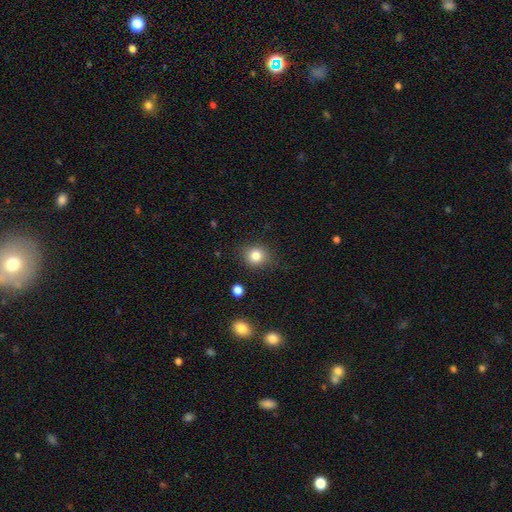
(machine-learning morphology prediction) smooth_or_featured: smooth (p=0.82) [alt: star or artifact p=0.11]
how_rounded: round (p=0.75) [alt: in between p=0.24]
merging: none (p=0.85) [alt: minor disturbance p=0.11]